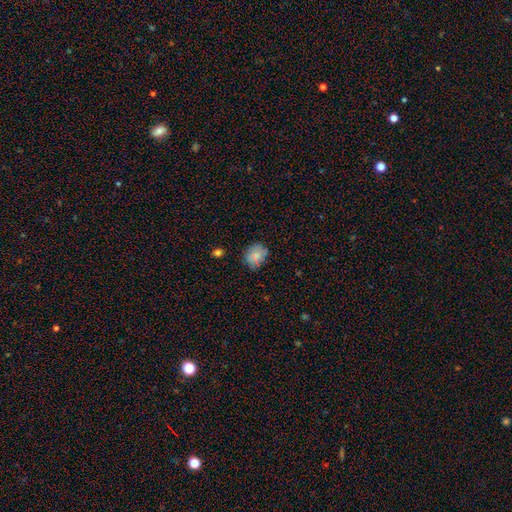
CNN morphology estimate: A smooth galaxy with no disk features (79%) that is round (52%). Merging: none (75%).